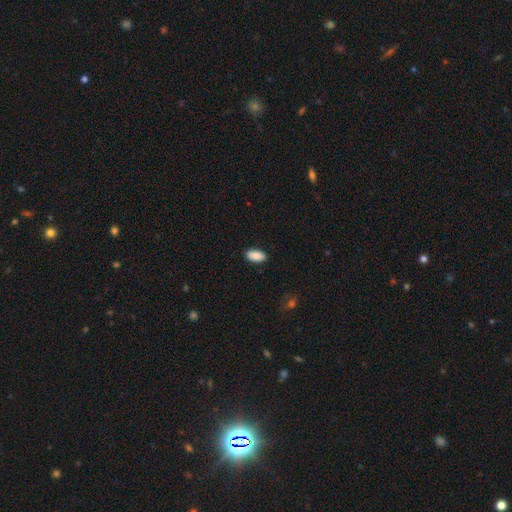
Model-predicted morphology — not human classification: type=smooth (89%); roundness=in between (93%); merging=none (89%).